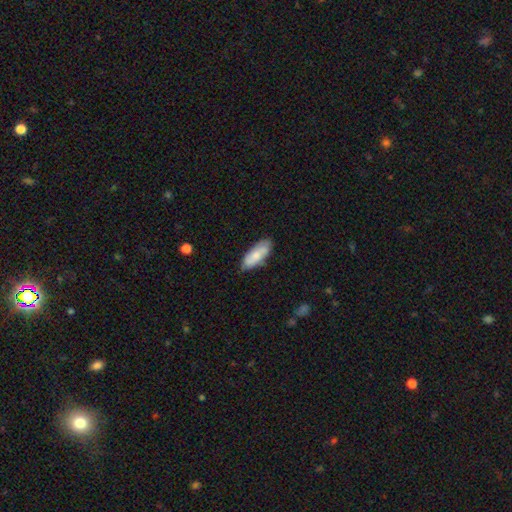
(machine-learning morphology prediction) Overall: smooth (75%). How rounded: in between (75%). Merging: none (74%).